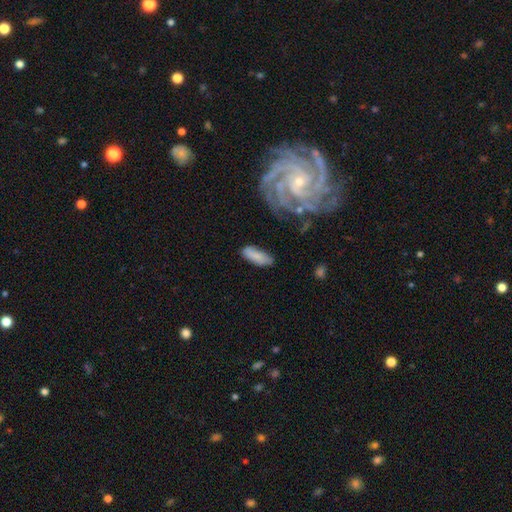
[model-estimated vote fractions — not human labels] smooth 76%, featured or disk 17%, star or artifact 7%. Down the decision tree: how rounded — in between (70%); merging — none (69%).